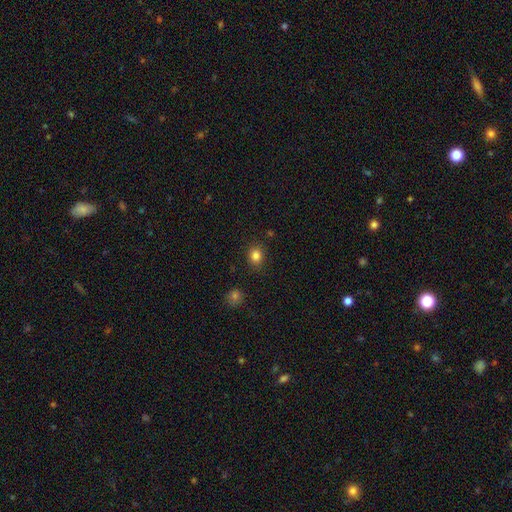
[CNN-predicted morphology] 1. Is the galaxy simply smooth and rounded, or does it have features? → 84% smooth, 11% star or artifact, 5% featured or disk.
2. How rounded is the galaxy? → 64% round, 35% in between, 1% cigar-shaped.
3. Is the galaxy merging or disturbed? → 86% none, 9% minor disturbance, 3% major disturbance, 2% merger.